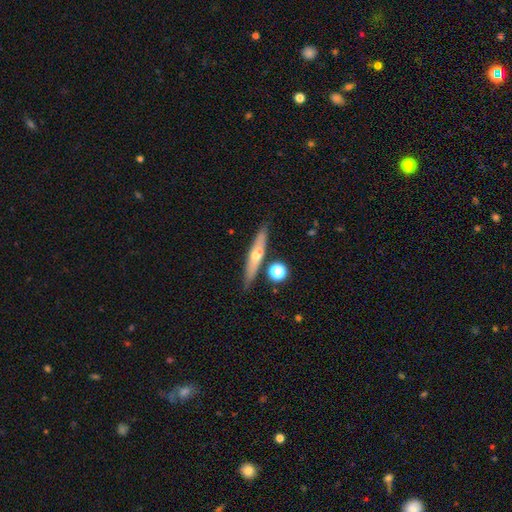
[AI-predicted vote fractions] A featured or disk galaxy (55%) viewed edge-on (90%). Merging: none (81%).